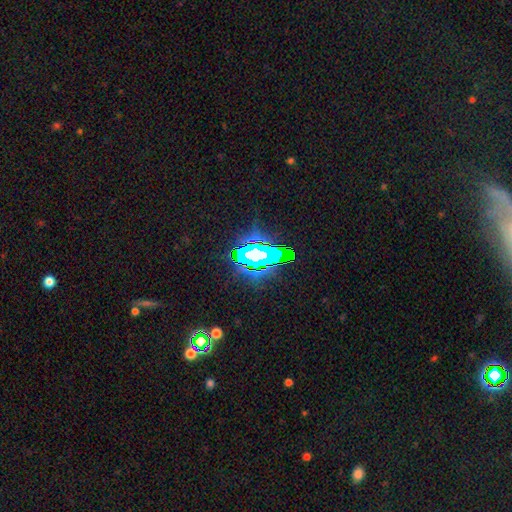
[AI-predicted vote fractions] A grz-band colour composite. It shows a star or artifact, not a galaxy (60%).